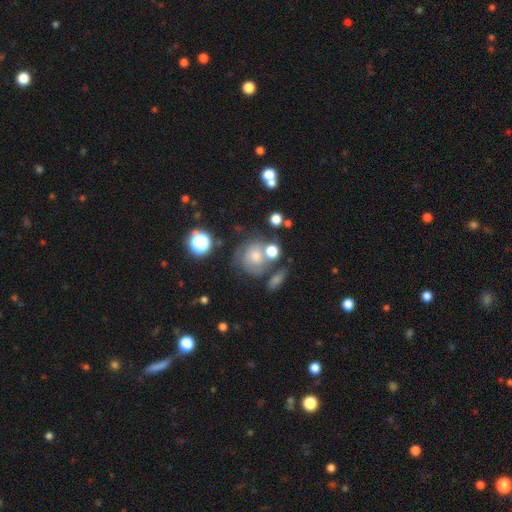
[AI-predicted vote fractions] smooth-or-featured: featured or disk: 49% | smooth: 33% | star or artifact: 18%
  merging: none: 52% | minor disturbance: 18% | merger: 17% | major disturbance: 13%